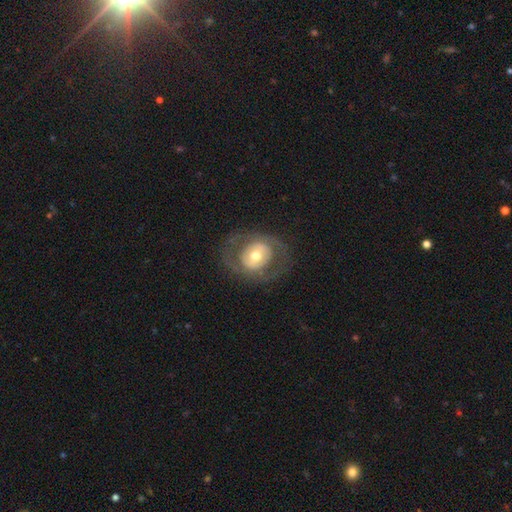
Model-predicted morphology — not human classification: The model was most divided on "smooth or featured": featured or disk: 60%, smooth: 34%, star or artifact: 6%. More confident: edge-on disk — no (95%); merging — none (73%); bulge size — moderate (71%); spiral arms — no (69%); bar — no (68%).